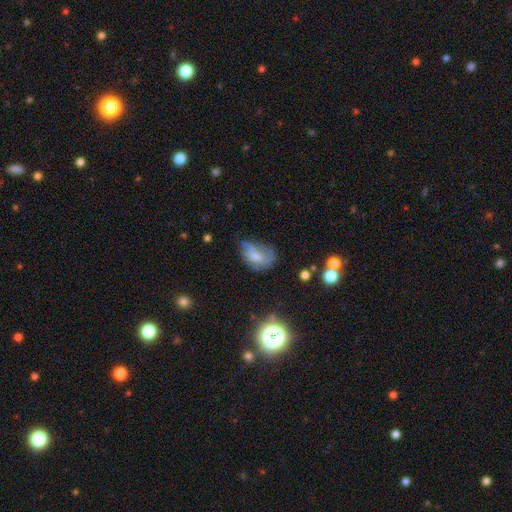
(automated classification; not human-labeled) smooth-or-featured: smooth: 56% | featured or disk: 32% | star or artifact: 12%
  how-rounded: in between: 83% | round: 15% | cigar-shaped: 2%
  merging: minor disturbance: 35% | none: 33% | major disturbance: 27% | merger: 6%